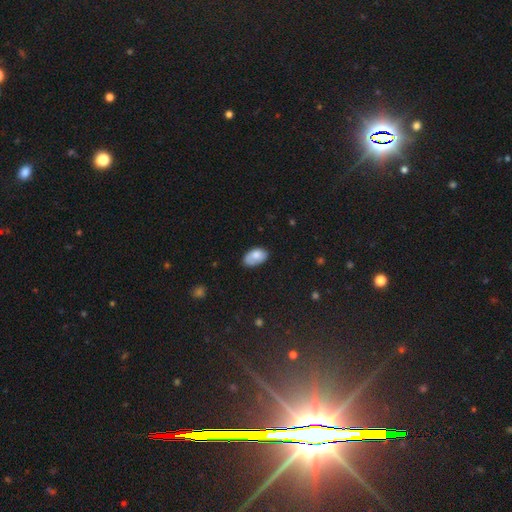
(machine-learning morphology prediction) Smooth or featured? smooth (77%)
How rounded? in between (93%)
Merging? none (63%)